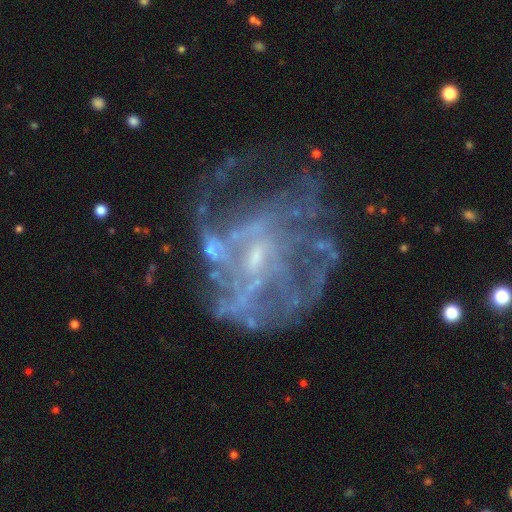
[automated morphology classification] Smooth or featured? Predicted: featured or disk (p=0.79). Edge-on disk? Predicted: no (p=0.98). Bar? Predicted: no (p=0.52). Spiral arms? Predicted: yes (p=0.67). Spiral winding? Predicted: medium (p=0.37). Spiral arm count? Predicted: can't tell (p=0.48). Bulge size? Predicted: small (p=0.63). Merging? Predicted: none (p=0.39).